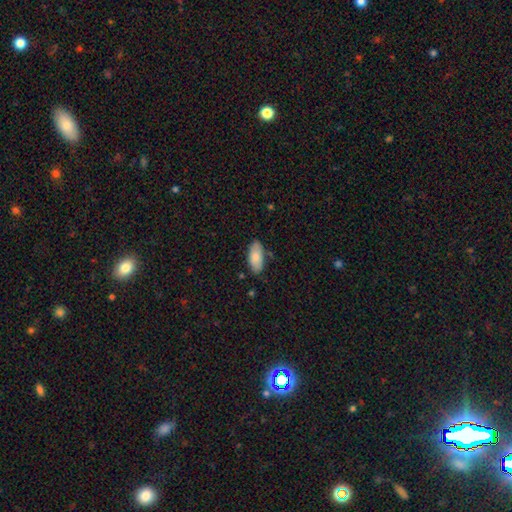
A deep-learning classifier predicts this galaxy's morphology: Smooth or featured?
  - smooth: 83% *
  - featured or disk: 11%
  - star or artifact: 6%
How rounded?
  - in between: 90% *
  - cigar-shaped: 8%
  - round: 2%
Merging?
  - none: 78% *
  - minor disturbance: 16%
  - merger: 3%
  - major disturbance: 3%